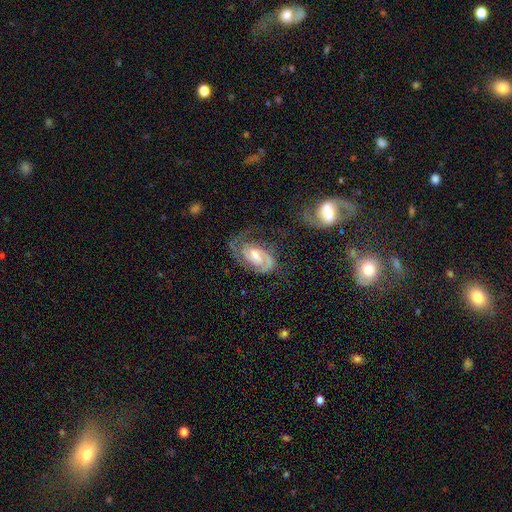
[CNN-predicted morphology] Smooth or featured: featured or disk — 84% (smooth — 10%)
Edge-on disk: no — 97% (yes — 3%)
Bar: weak — 45% (no — 43%)
Spiral arms: yes — 96% (no — 4%)
Spiral winding: tight — 51% (medium — 37%)
Spiral arm count: 2 — 61% (1 — 21%)
Bulge size: moderate — 50% (small — 40%)
Merging: none — 54% (major disturbance — 22%)